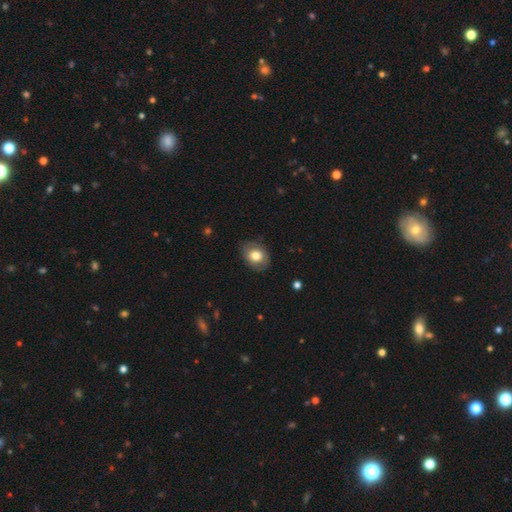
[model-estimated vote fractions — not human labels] Q: Smooth or featured?
A: smooth (75%); runner-up: featured or disk (18%)
Q: How rounded?
A: in between (65%); runner-up: round (35%)
Q: Merging?
A: none (82%); runner-up: minor disturbance (13%)